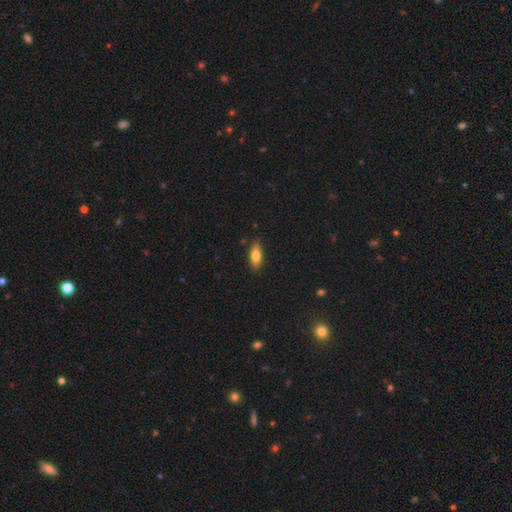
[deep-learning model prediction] Smooth or featured: smooth — 76% (featured or disk — 17%)
How rounded: in between — 73% (cigar-shaped — 25%)
Merging: none — 83% (minor disturbance — 13%)